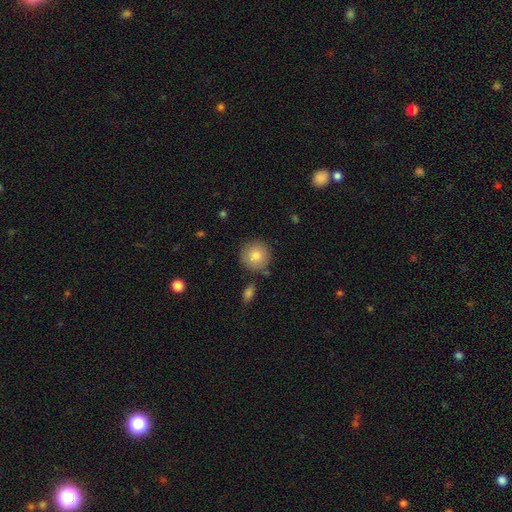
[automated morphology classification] This is clearly a smooth galaxy (82%). How rounded: clearly round (94%). Merging: clearly none (84%).